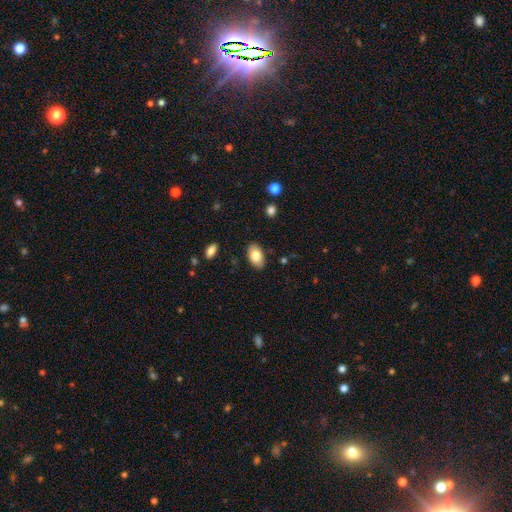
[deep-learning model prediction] A smooth galaxy with no disk features (82%) that is in between round and cigar-shaped (94%).

Vote fractions:
- Smooth or featured? smooth: 82% / featured or disk: 12% / star or artifact: 7%
- How rounded? in between: 94% / round: 5% / cigar-shaped: 2%
- Merging? none: 87% / minor disturbance: 9% / major disturbance: 2% / merger: 1%